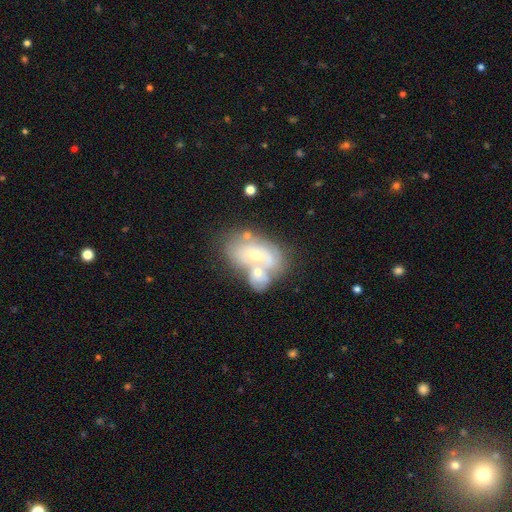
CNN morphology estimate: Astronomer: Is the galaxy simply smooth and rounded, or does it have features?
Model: featured or disk — 56% (runner-up: smooth, 36%).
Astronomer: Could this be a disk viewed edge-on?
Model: no — 94%.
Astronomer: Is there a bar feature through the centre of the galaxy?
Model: no — 76%.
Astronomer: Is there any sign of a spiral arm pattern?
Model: no — 57% (runner-up: yes, 43%).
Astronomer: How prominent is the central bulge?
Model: moderate — 57% (runner-up: small, 37%).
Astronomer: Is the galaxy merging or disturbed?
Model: merger — 61%.